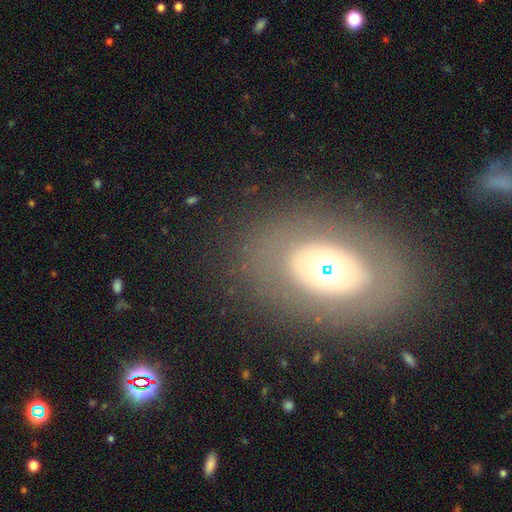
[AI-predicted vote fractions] featured or disk 52%, smooth 37%, star or artifact 12%. Down the decision tree: edge-on disk — no (92%); merging — none (81%).